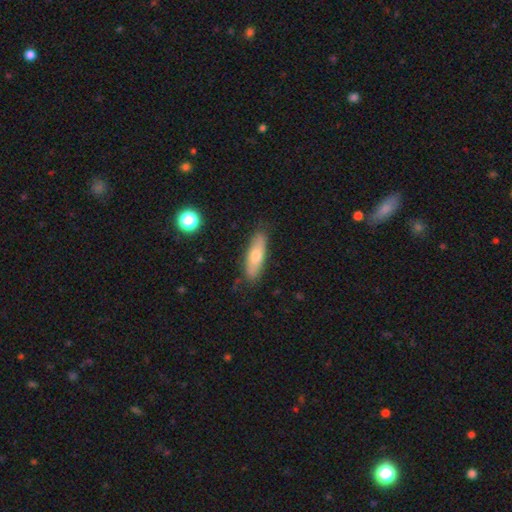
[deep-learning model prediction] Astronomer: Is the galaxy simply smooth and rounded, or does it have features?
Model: smooth — 65%.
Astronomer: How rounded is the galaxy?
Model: cigar-shaped — 54% (runner-up: in between, 44%).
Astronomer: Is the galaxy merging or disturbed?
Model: none — 83%.